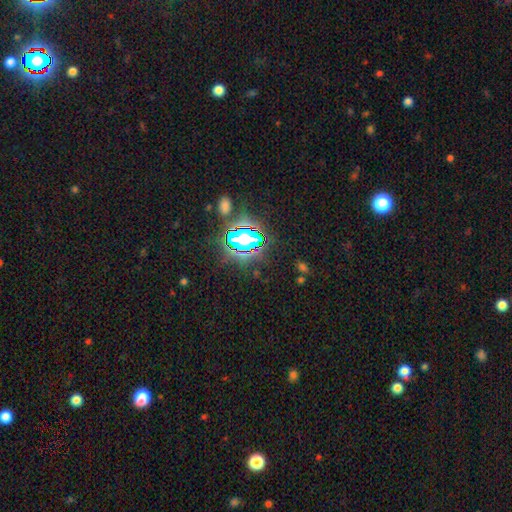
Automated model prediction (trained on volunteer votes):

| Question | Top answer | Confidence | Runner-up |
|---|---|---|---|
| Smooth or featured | star or artifact | 82% | smooth (11%) |